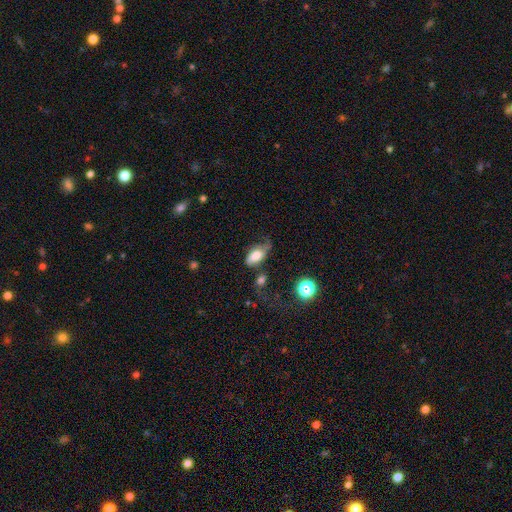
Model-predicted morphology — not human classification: Overall: smooth (62%; featured or disk 27%). How rounded: in between (90%). Merging: major disturbance (32%, tied with minor disturbance).